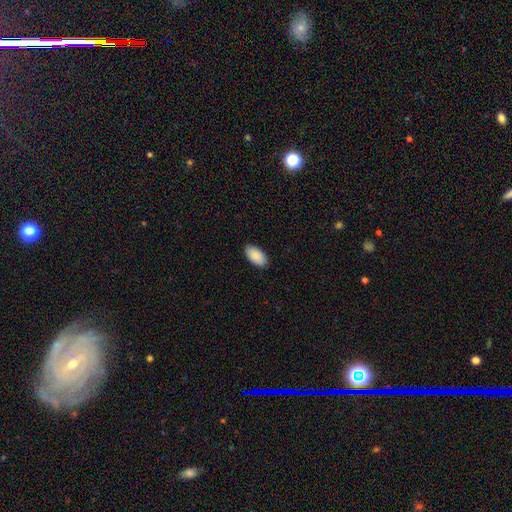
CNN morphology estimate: A smooth galaxy with no disk features (90%) that is in between round and cigar-shaped (96%). Merging: none (89%).